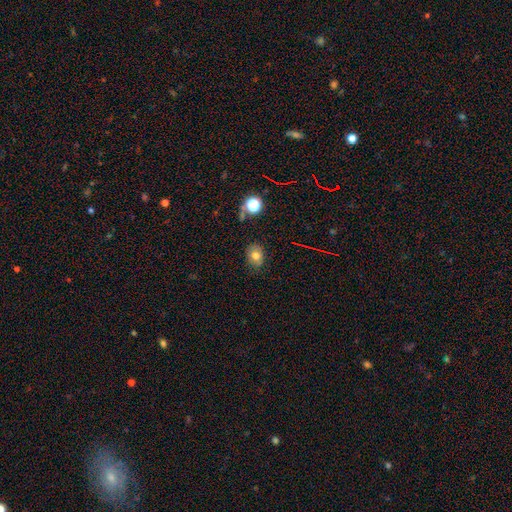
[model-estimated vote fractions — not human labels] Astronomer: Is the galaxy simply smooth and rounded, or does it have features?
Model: smooth — 74%.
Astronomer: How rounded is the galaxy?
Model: in between — 56% (runner-up: round, 43%).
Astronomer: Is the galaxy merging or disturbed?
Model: none — 80%.